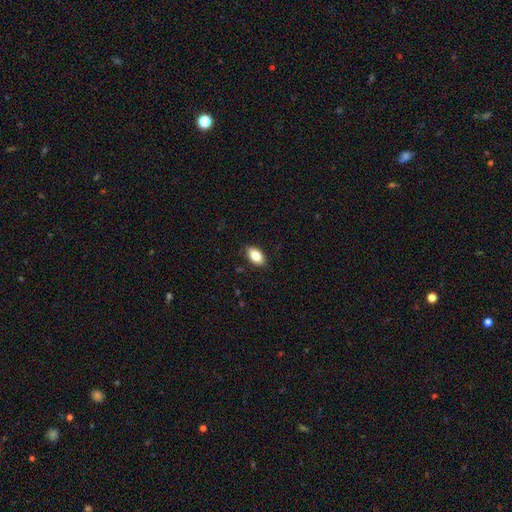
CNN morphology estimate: The model was most divided on "smooth or featured": smooth: 82%, featured or disk: 11%, star or artifact: 7%. More confident: how rounded — in between (93%); merging — none (87%).